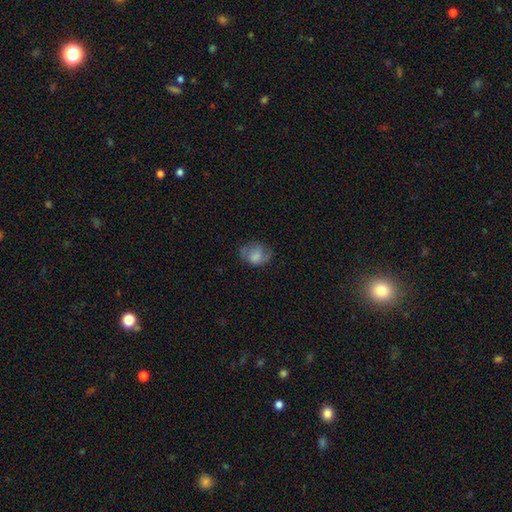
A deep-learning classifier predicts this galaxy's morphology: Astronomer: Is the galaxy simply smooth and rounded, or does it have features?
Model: smooth — 66%.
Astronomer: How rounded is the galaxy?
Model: in between — 64%.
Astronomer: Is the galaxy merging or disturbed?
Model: none — 55%.